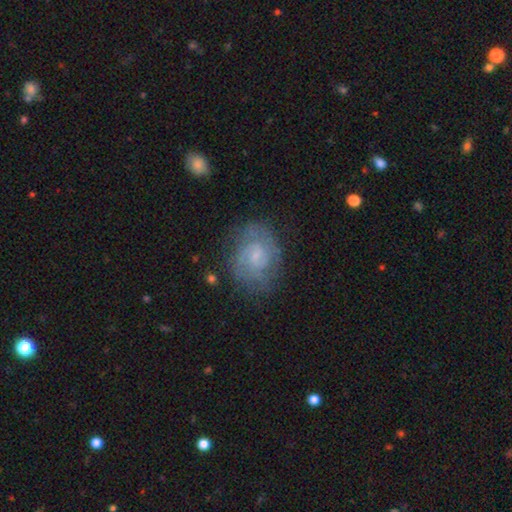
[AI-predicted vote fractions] Smooth or featured? featured or disk (72%)
Edge-on disk? no (98%)
Bar? weak (50%)
Spiral arms? yes (89%)
Spiral winding? tight (50%)
Spiral arm count? 2 (57%)
Bulge size? small (56%)
Merging? none (71%)